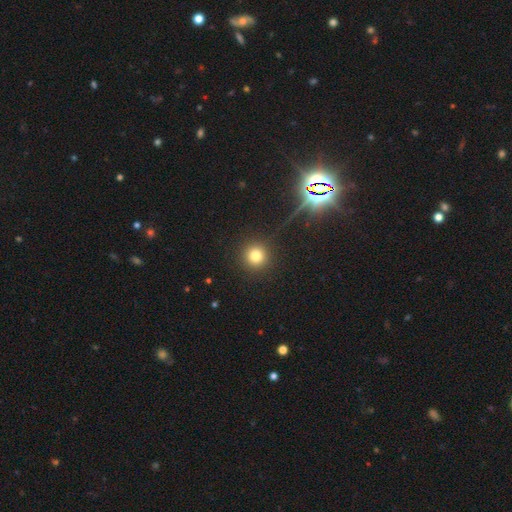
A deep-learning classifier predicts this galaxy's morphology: Smooth or featured?
  - smooth: 78% *
  - star or artifact: 15%
  - featured or disk: 7%
How rounded?
  - round: 95% *
  - in between: 4%
  - cigar-shaped: 1%
Merging?
  - none: 91% *
  - minor disturbance: 5%
  - major disturbance: 2%
  - merger: 1%